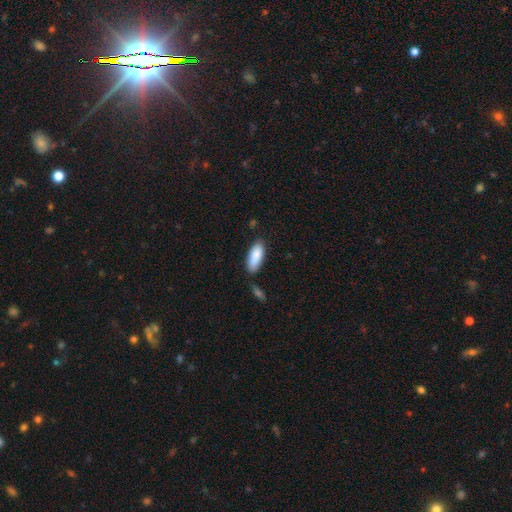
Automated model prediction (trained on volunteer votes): Q: Smooth or featured?
A: smooth (88%); runner-up: featured or disk (7%)
Q: How rounded?
A: in between (77%); runner-up: cigar-shaped (21%)
Q: Merging?
A: none (72%); runner-up: minor disturbance (18%)